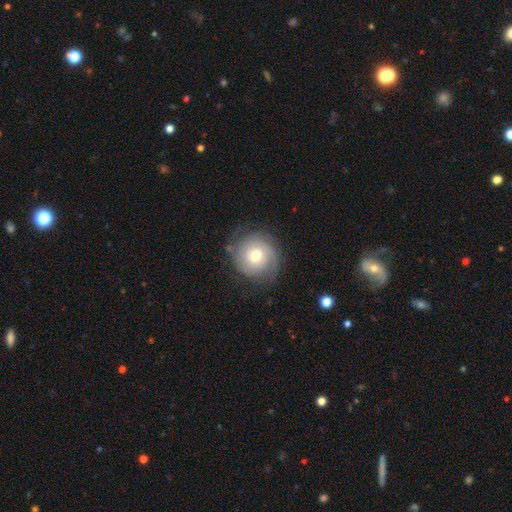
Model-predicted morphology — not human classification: type=featured or disk (57%); edge-on=no (97%); bar=no (72%); spiral arms=yes (86%); bulge=moderate (67%); merging=none (75%).